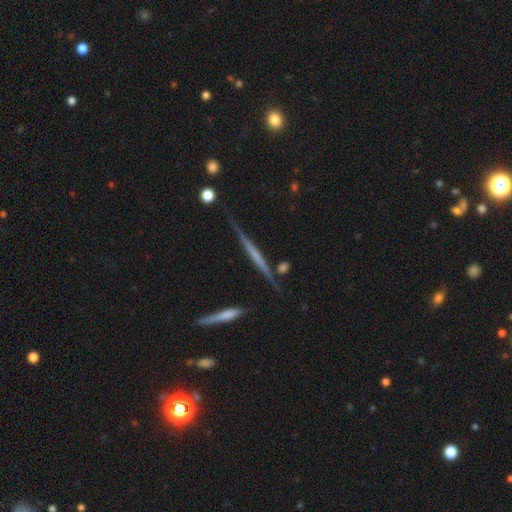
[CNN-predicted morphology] Smooth or featured? Predicted: featured or disk (p=0.69). Edge-on disk? Predicted: yes (p=0.97). Edge-on bulge? Predicted: none (p=0.66). Merging? Predicted: none (p=0.80).